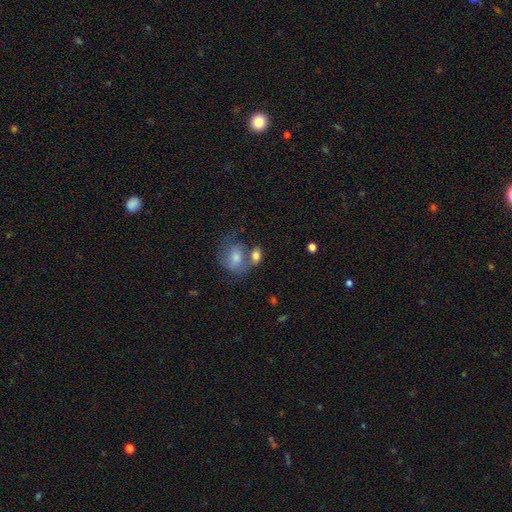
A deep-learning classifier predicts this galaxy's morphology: Smooth or featured? smooth (68%)
How rounded? in between (70%)
Merging? merger (45%)